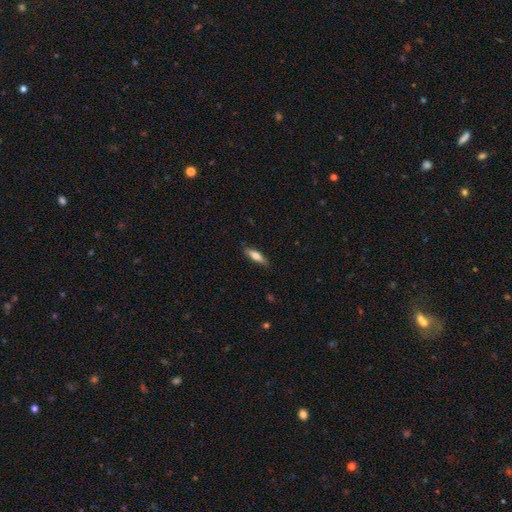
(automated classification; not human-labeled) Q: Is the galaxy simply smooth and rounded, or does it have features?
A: smooth — 68%.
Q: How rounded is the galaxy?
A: cigar-shaped — 57%.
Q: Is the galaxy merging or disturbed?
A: none — 84%.